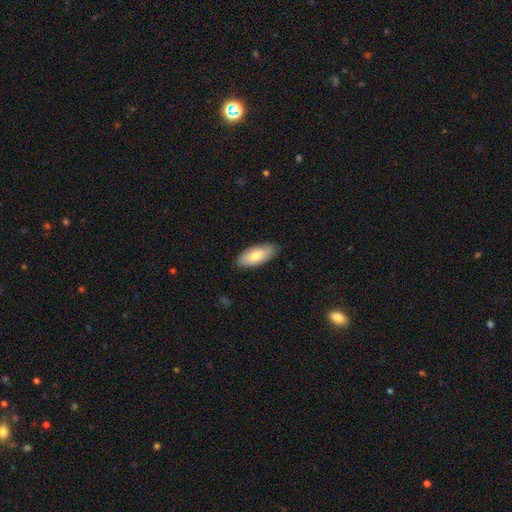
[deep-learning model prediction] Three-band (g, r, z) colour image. It shows a smooth galaxy with no disk features (75%) that is in between round and cigar-shaped (84%). Merging: none (87%).